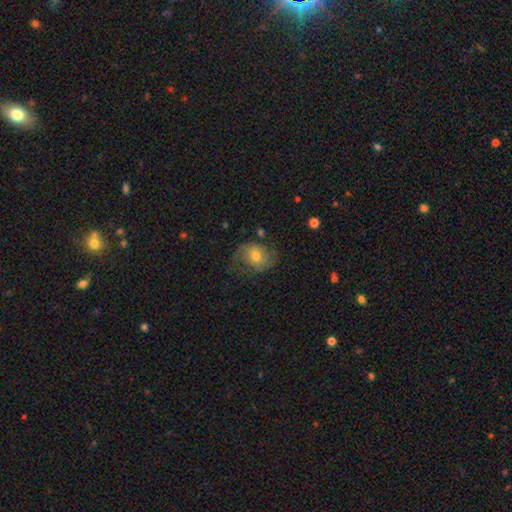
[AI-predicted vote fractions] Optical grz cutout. It shows a smooth galaxy with no disk features (56%) that is in between round and cigar-shaped (53%). Merging: none (51%).